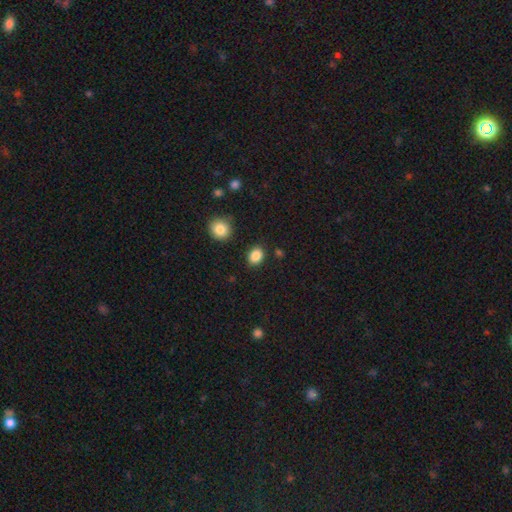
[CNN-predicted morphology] Smooth or featured: smooth — 87% (star or artifact — 9%)
How rounded: in between — 65% (round — 34%)
Merging: none — 86% (minor disturbance — 9%)